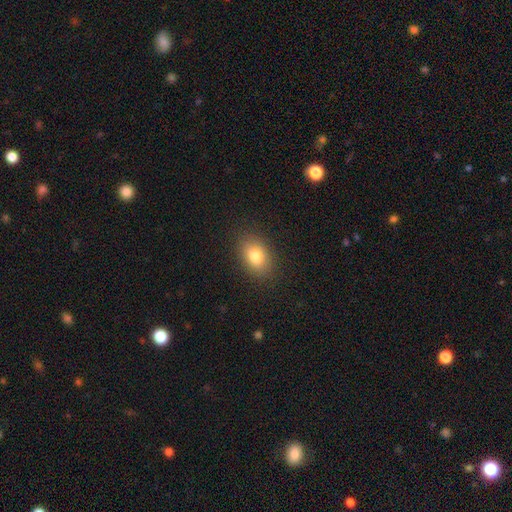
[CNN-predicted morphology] type=smooth (80%); roundness=in between (79%); merging=none (87%).